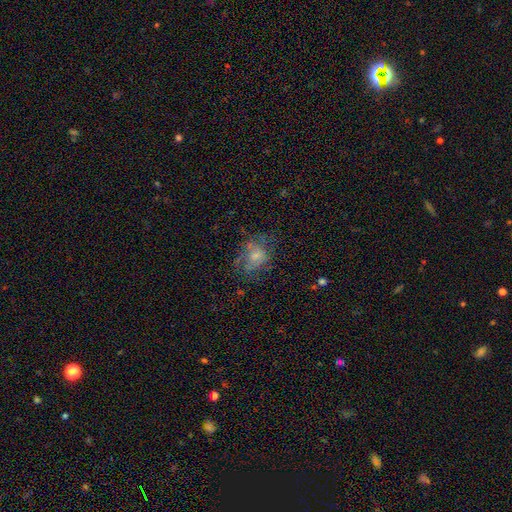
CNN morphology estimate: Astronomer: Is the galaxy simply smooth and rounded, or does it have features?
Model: smooth — 45% (runner-up: featured or disk, 42%).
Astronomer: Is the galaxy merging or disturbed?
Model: none — 47% (runner-up: major disturbance, 27%).